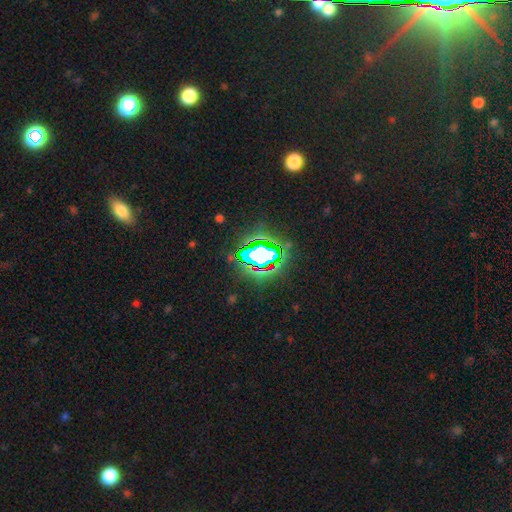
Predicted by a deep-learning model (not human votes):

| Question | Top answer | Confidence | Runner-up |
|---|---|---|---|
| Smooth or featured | star or artifact | 67% | smooth (20%) |